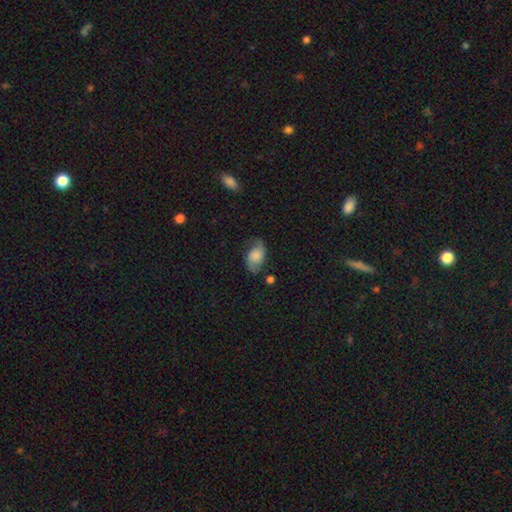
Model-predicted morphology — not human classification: Smooth or featured?
  - featured or disk: 46% * (tied)
  - smooth: 46% * (tied)
  - star or artifact: 8%
Merging?
  - none: 63% *
  - minor disturbance: 24%
  - major disturbance: 10%
  - merger: 3%